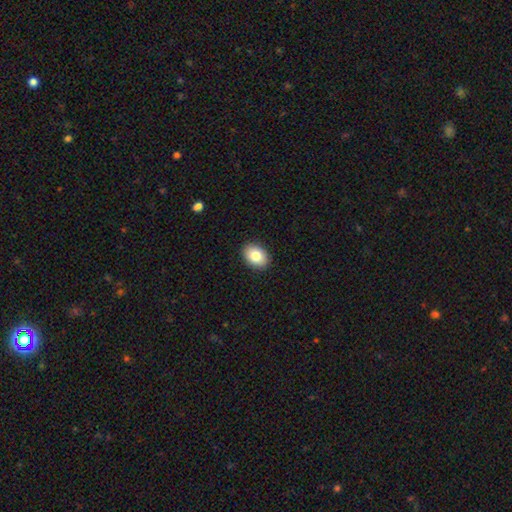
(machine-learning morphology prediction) Overall: smooth (83%). How rounded: in between (76%). Merging: none (91%).